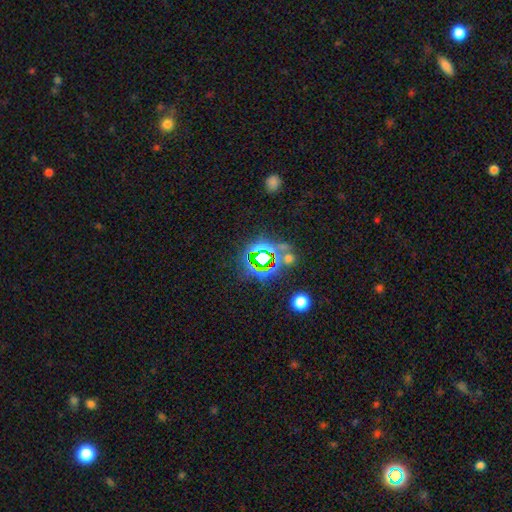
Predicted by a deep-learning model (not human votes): Smooth or featured? star or artifact (74%)